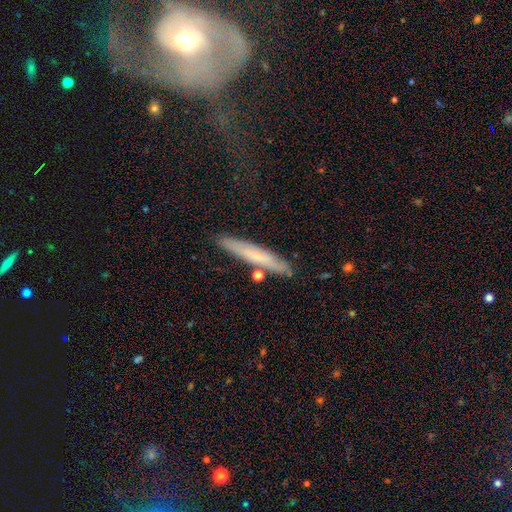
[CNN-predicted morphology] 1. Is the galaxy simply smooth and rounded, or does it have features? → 61% smooth, 32% featured or disk, 7% star or artifact.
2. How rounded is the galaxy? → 94% cigar-shaped, 5% in between, 1% round.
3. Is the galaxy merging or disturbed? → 84% none, 10% minor disturbance, 4% merger, 2% major disturbance.